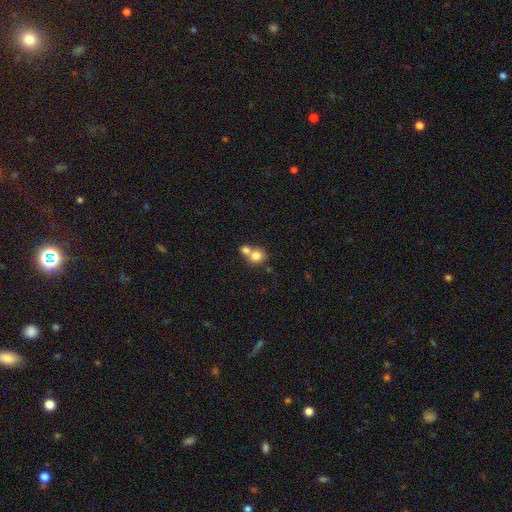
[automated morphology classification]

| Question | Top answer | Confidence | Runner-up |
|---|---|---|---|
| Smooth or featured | smooth | 78% | featured or disk (12%) |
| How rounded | round | 82% | in between (17%) |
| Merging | merger | 56% | none (36%) |